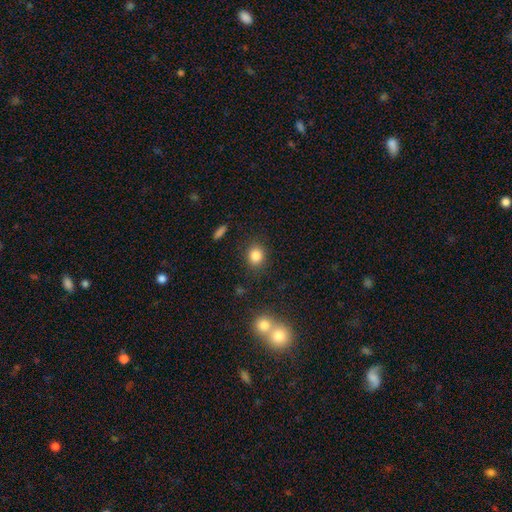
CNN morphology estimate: Smooth or featured?
  - smooth: 83% *
  - star or artifact: 11%
  - featured or disk: 5%
How rounded?
  - round: 70% *
  - in between: 29%
  - cigar-shaped: 1%
Merging?
  - none: 87% *
  - minor disturbance: 8%
  - major disturbance: 3%
  - merger: 2%